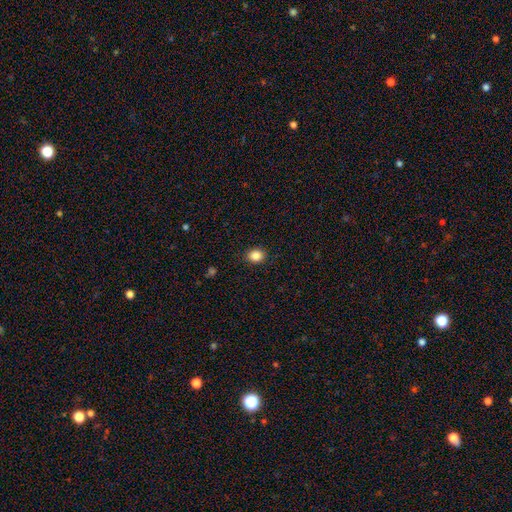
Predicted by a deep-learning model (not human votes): Smooth or featured?
  - smooth: 86% *
  - star or artifact: 10%
  - featured or disk: 4%
How rounded?
  - round: 66% *
  - in between: 33%
  - cigar-shaped: 1%
Merging?
  - none: 90% *
  - minor disturbance: 7%
  - major disturbance: 2%
  - merger: 1%